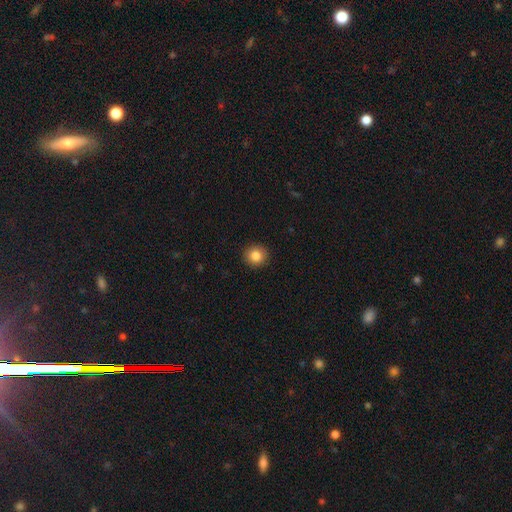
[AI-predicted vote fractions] This is clearly a smooth galaxy (84%). How rounded: clearly round (90%). Merging: clearly none (92%).